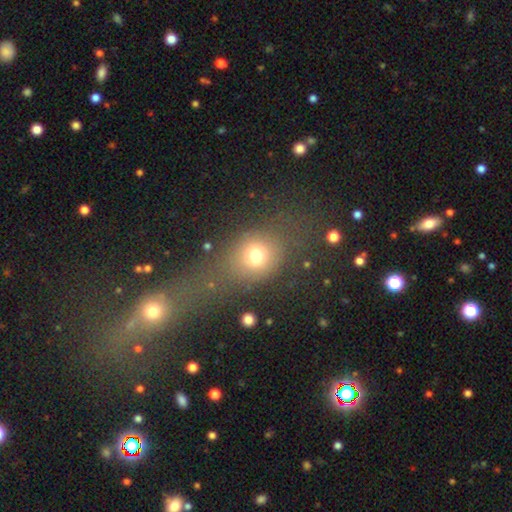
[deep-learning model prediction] Morphology: type=smooth (71%); roundness=round (50%); merging=none (54%).